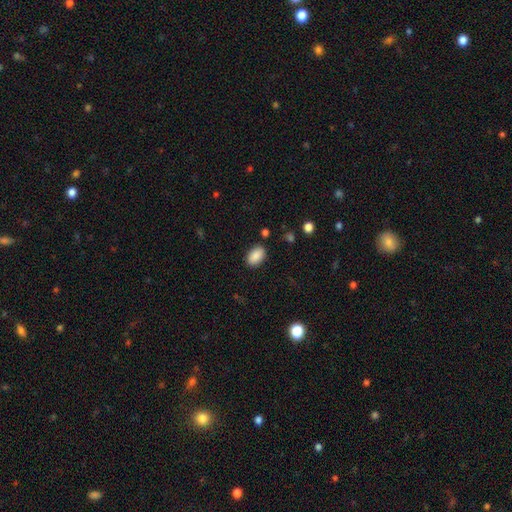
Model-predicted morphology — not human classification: smooth-or-featured: smooth: 89% | star or artifact: 7% | featured or disk: 4%
  how-rounded: in between: 91% | round: 8% | cigar-shaped: 1%
  merging: none: 86% | minor disturbance: 9% | major disturbance: 3% | merger: 2%